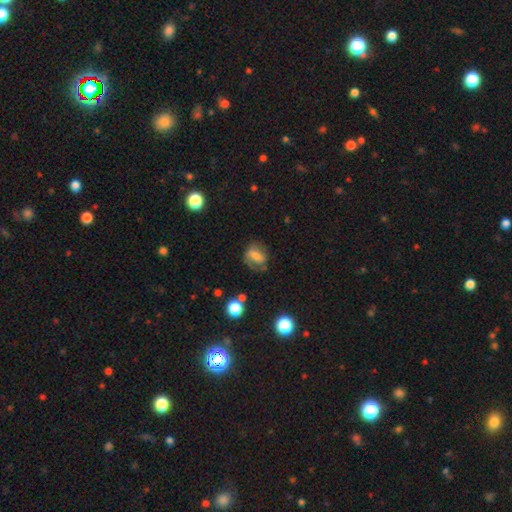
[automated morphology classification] A smooth galaxy with no disk features (53%) that is in between round and cigar-shaped (59%).

Vote fractions:
- Smooth or featured? smooth: 53% / featured or disk: 35% / star or artifact: 12%
- How rounded? in between: 59% / round: 37% / cigar-shaped: 3%
- Merging? none: 56% / minor disturbance: 25% / major disturbance: 15% / merger: 3%